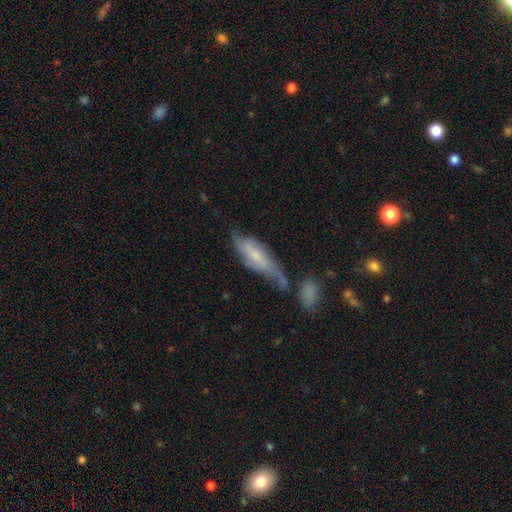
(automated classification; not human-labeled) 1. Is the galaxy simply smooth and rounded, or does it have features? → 51% smooth, 42% featured or disk, 7% star or artifact.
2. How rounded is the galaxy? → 53% in between, 45% cigar-shaped, 2% round.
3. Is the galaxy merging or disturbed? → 36% none, 28% minor disturbance, 19% merger, 17% major disturbance.